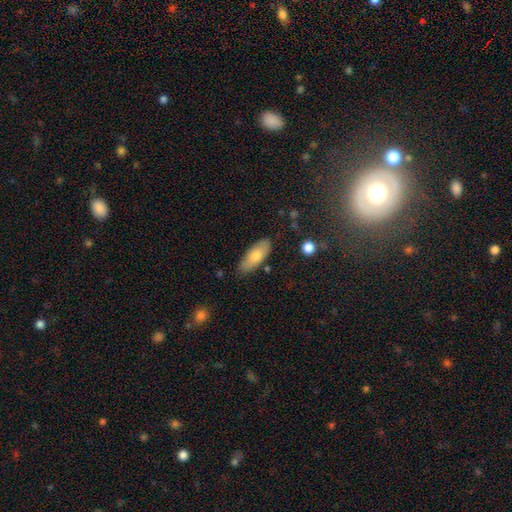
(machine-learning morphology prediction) A smooth galaxy with no disk features (73%) that is in between round and cigar-shaped (79%). Merging: none (82%).